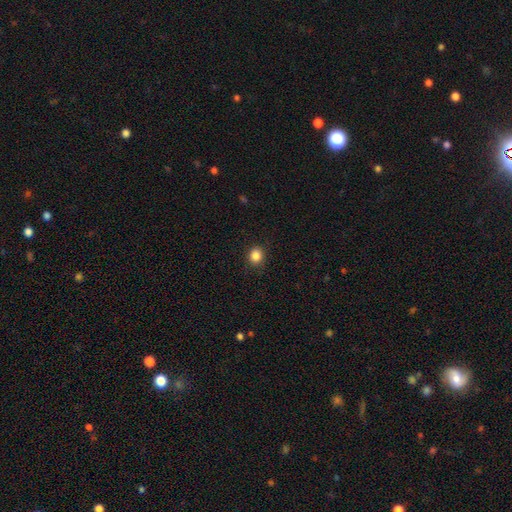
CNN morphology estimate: smooth_or_featured: smooth (p=0.85) [alt: star or artifact p=0.11]
how_rounded: round (p=0.76) [alt: in between p=0.24]
merging: none (p=0.88) [alt: minor disturbance p=0.08]